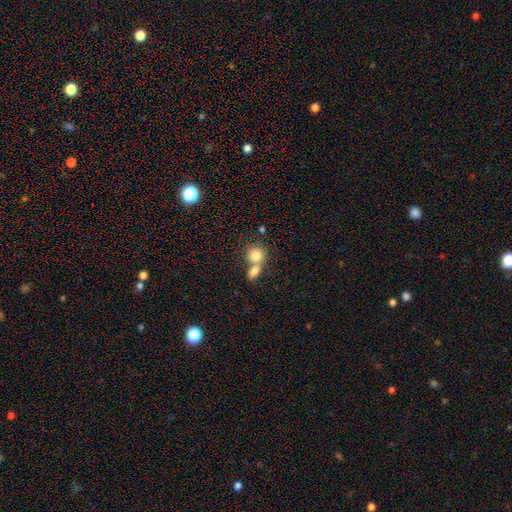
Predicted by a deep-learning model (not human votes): This appears to be a smooth galaxy with no disk features (80%) that is round (74%). Merging: merger (59%).